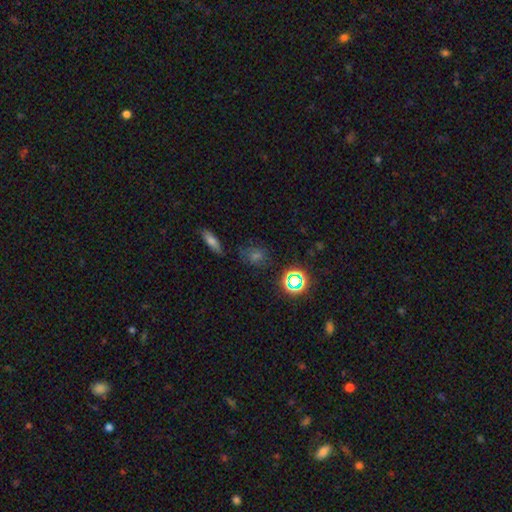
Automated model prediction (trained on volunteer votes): Smooth or featured: smooth — 46% (star or artifact — 41%)
Merging: none — 74% (minor disturbance — 15%)